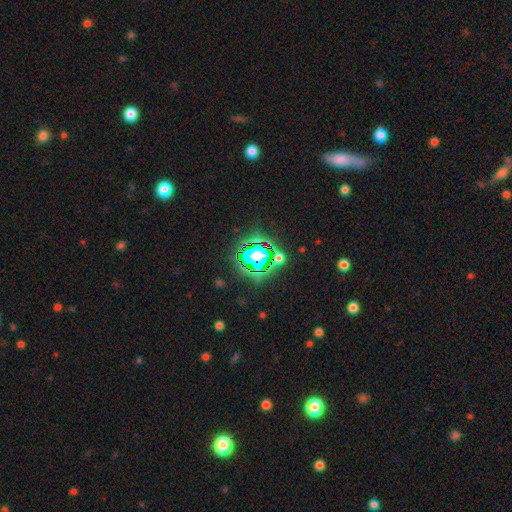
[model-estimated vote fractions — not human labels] star or artifact 68%, smooth 20%, featured or disk 12%.